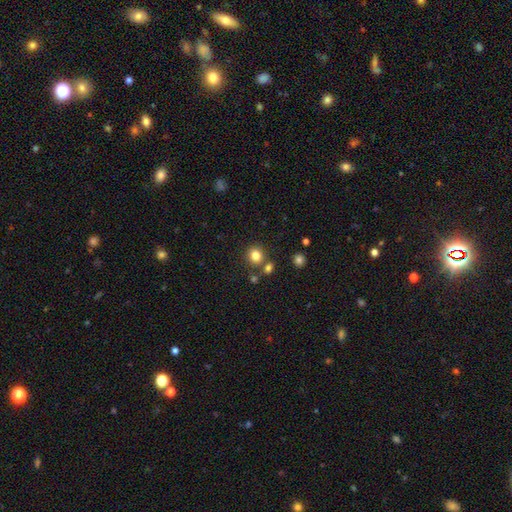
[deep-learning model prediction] Smooth or featured? smooth (81%)
How rounded? round (81%)
Merging? none (76%)